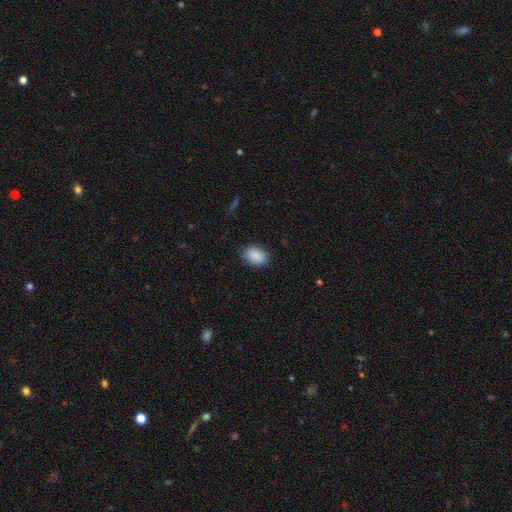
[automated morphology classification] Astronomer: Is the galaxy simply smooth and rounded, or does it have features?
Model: smooth — 89%.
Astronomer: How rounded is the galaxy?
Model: in between — 79%.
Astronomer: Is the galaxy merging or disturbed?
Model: none — 85%.